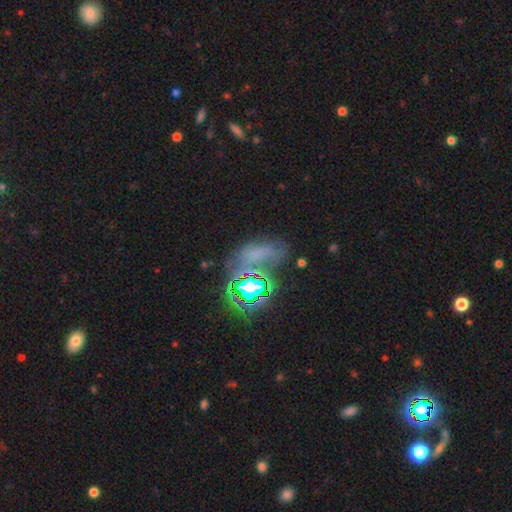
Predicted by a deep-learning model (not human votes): Morphology: type=star or artifact (48%).